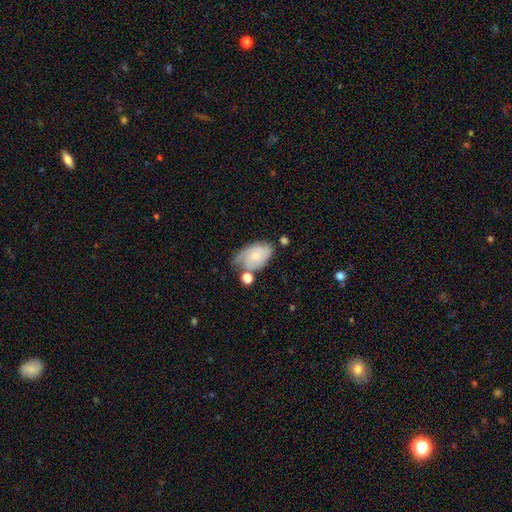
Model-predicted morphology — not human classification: smooth_or_featured: featured or disk (p=0.50) [alt: smooth p=0.43]
disk_edge_on: no (p=0.95) [alt: yes p=0.05]
merging: none (p=0.45) [alt: minor disturbance p=0.27]